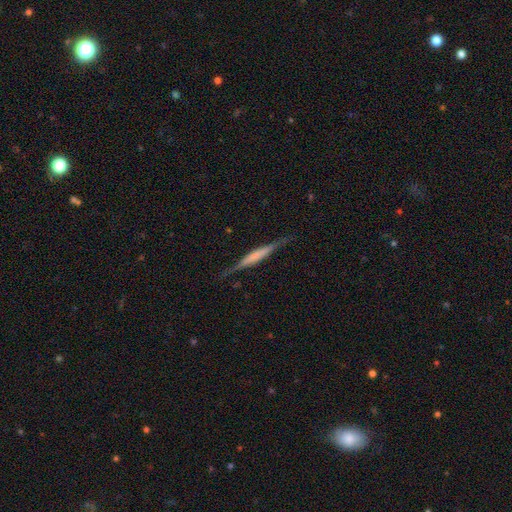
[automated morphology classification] Smooth or featured?
  - featured or disk: 63% *
  - smooth: 32%
  - star or artifact: 6%
Edge-on disk?
  - yes: 96% *
  - no: 4%
Edge-on bulge?
  - none: 42% *
  - boxy: 32%
  - rounded: 26%
Merging?
  - none: 83% *
  - minor disturbance: 13%
  - major disturbance: 3%
  - merger: 1%